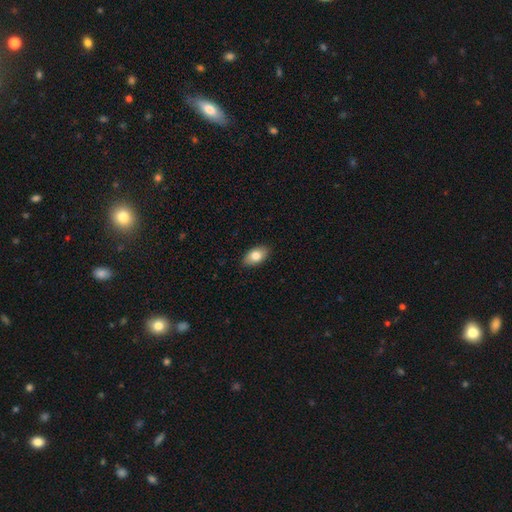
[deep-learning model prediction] This appears to be a smooth galaxy with no disk features (80%) that is in between round and cigar-shaped (92%). Merging: none (88%).